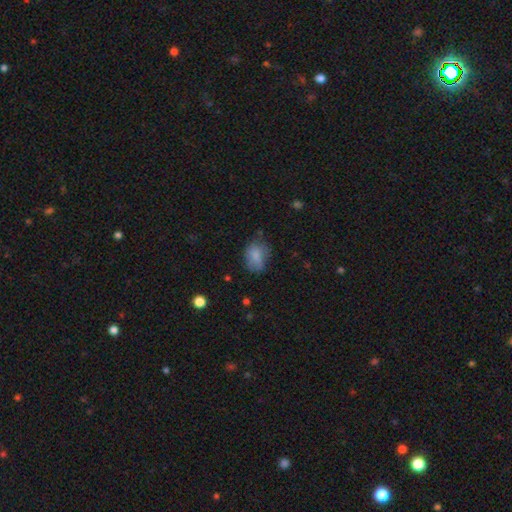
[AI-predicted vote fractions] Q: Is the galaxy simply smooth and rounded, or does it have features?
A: smooth — 79%.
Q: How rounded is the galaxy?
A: in between — 69%.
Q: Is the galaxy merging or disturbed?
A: none — 55%.